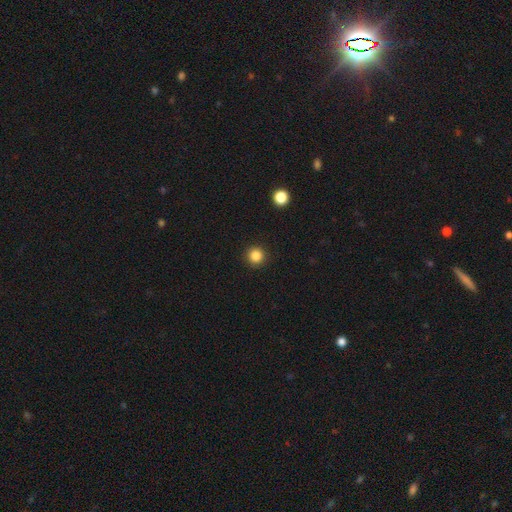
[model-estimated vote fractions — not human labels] smooth_or_featured: smooth (p=0.84) [alt: star or artifact p=0.12]
how_rounded: round (p=0.96) [alt: in between p=0.03]
merging: none (p=0.93) [alt: minor disturbance p=0.04]